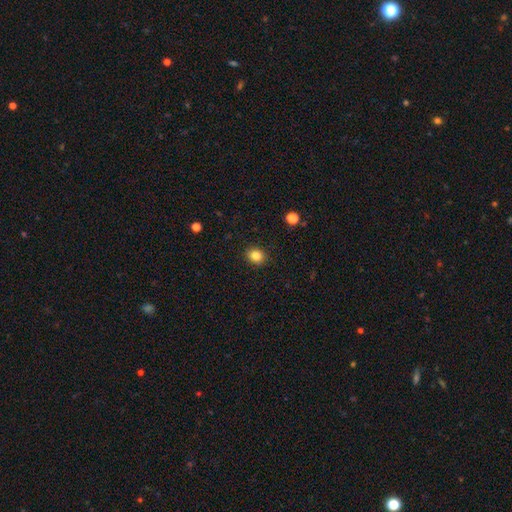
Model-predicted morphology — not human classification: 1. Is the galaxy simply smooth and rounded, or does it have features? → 85% smooth, 11% star or artifact, 5% featured or disk.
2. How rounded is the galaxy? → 68% round, 31% in between, 1% cigar-shaped.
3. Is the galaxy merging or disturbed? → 90% none, 7% minor disturbance, 2% major disturbance, 1% merger.